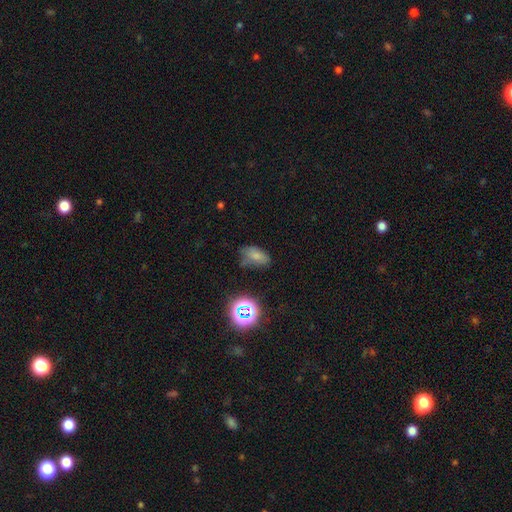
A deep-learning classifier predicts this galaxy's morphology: Smooth or featured? smooth (68%)
How rounded? in between (88%)
Merging? none (53%)